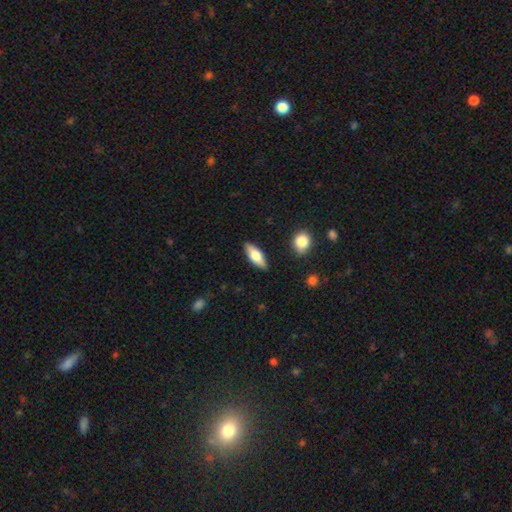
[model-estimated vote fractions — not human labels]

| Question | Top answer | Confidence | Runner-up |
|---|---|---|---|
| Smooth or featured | smooth | 60% | featured or disk (35%) |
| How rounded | in between | 66% | cigar-shaped (31%) |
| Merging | none | 86% | minor disturbance (10%) |